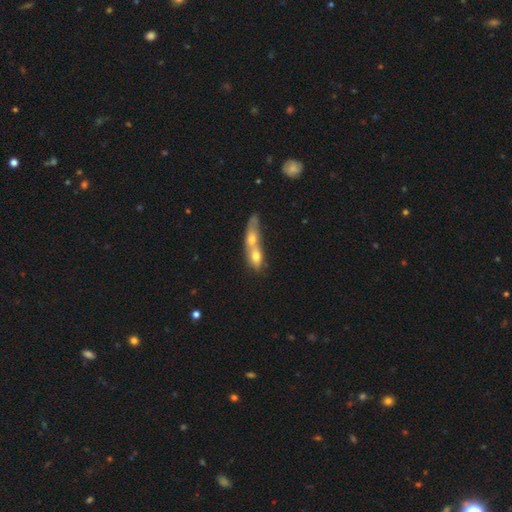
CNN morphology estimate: A smooth galaxy with no disk features (59%) that is in between round and cigar-shaped (49%). Merging: merger (78%).